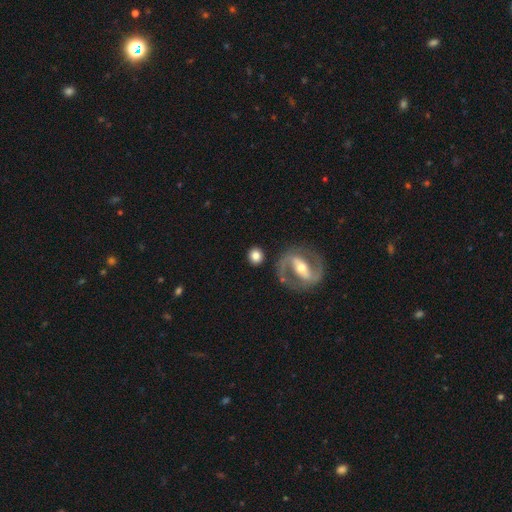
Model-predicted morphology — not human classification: smooth 67%, featured or disk 26%, star or artifact 8%. Down the decision tree: how rounded — round (87%); merging — none (83%).